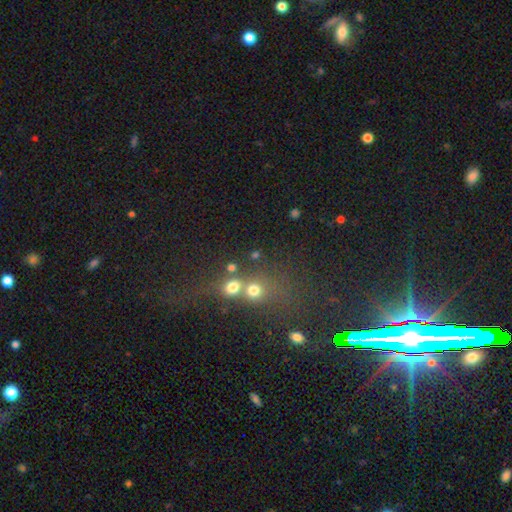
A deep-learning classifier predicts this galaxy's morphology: Smooth or featured? Predicted: smooth (p=0.56). How rounded? Predicted: round (p=0.78). Merging? Predicted: merger (p=0.43).